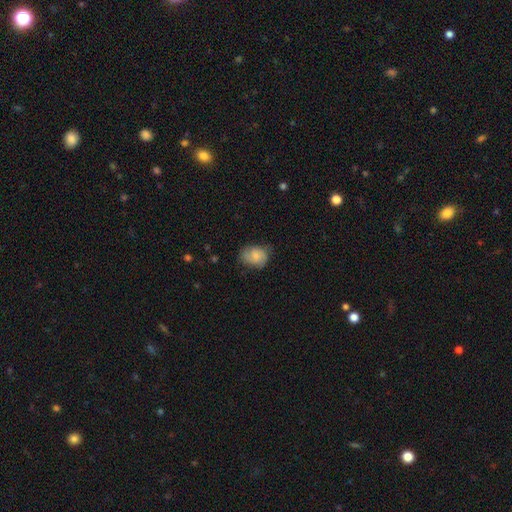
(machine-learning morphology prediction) Smooth or featured? smooth (64%)
How rounded? in between (59%)
Merging? none (61%)